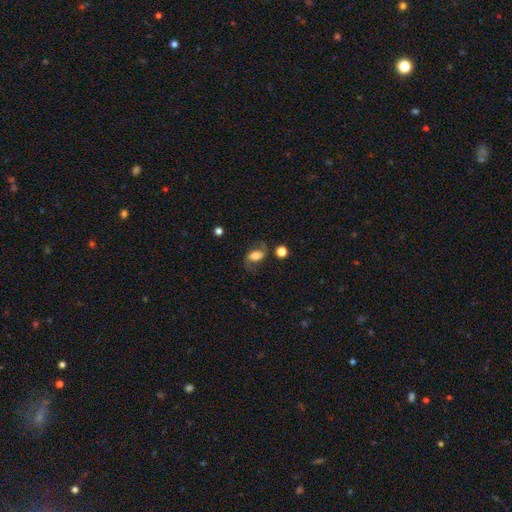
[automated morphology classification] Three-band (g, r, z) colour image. It shows a featured or disk galaxy (46%). Merging: none (63%).